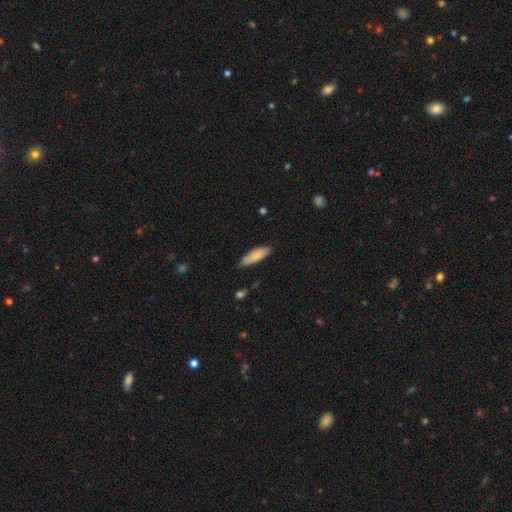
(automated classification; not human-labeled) Smooth or featured: smooth — 79% (featured or disk — 15%)
How rounded: in between — 52% (cigar-shaped — 46%)
Merging: none — 77% (minor disturbance — 19%)